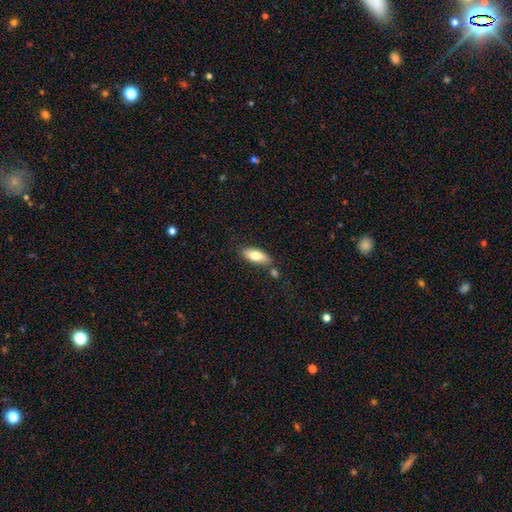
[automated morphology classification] A smooth galaxy with no disk features (78%) that is in between round and cigar-shaped (79%). Merging: none (71%).